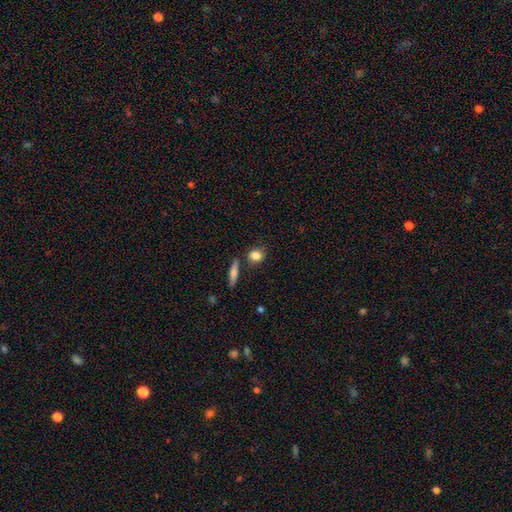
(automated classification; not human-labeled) Smooth or featured?
  - smooth: 83% *
  - featured or disk: 9%
  - star or artifact: 8%
How rounded?
  - round: 60% *
  - in between: 35%
  - cigar-shaped: 5%
Merging?
  - none: 74% *
  - minor disturbance: 13%
  - merger: 9%
  - major disturbance: 3%